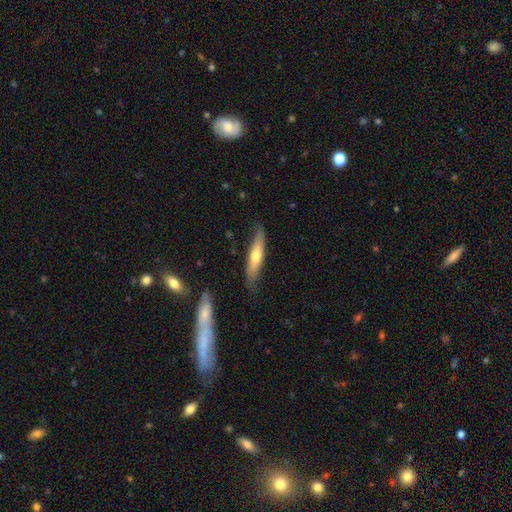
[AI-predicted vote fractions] This is possibly a smooth galaxy (54%). How rounded: clearly cigar-shaped (82%). Merging: likely none (79%).